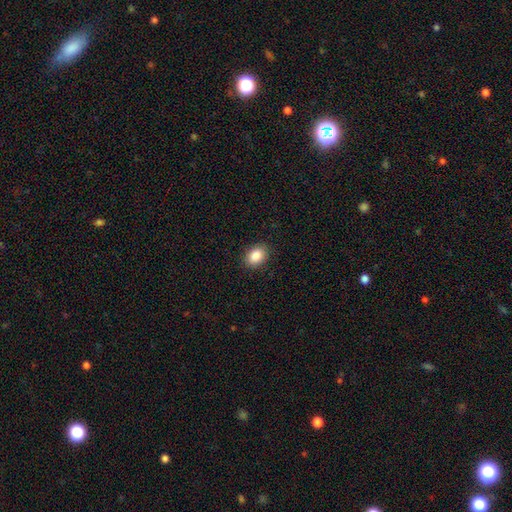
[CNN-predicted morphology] Overall: smooth (88%). How rounded: in between (66%; round 33%). Merging: none (89%).